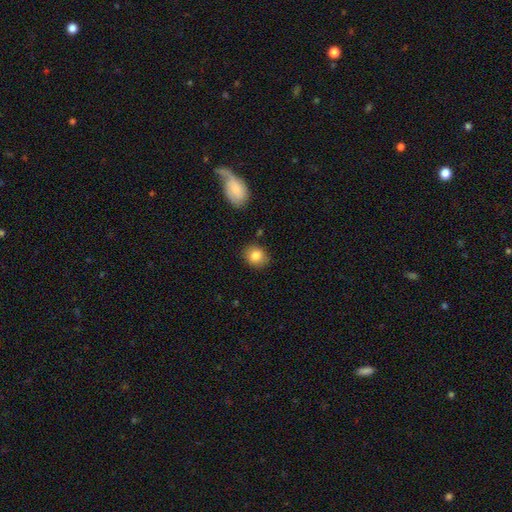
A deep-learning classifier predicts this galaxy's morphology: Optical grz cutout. It shows a smooth galaxy with no disk features (84%) that is round (64%). Merging: none (84%).